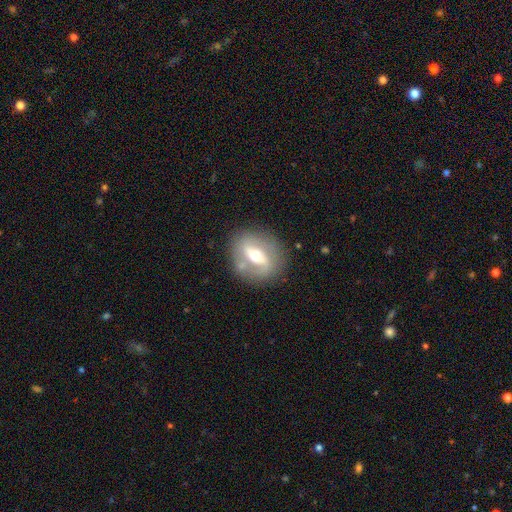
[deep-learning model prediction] This appears to be a featured or disk galaxy (65%) with a strong bar (48%), no spiral arms (53%) and a moderate central bulge (69%). Merging: none (78%).